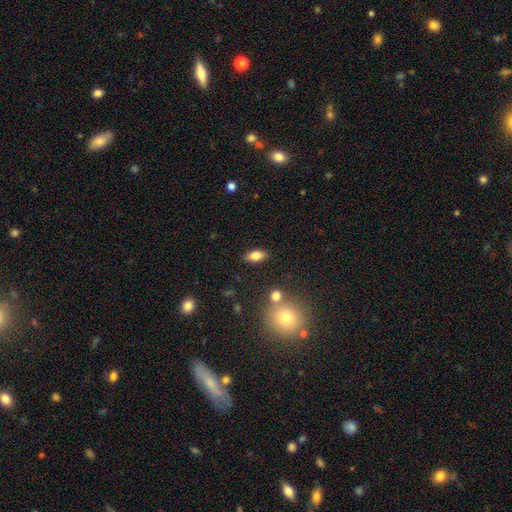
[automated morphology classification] This appears to be a smooth galaxy with no disk features (78%) that is in between round and cigar-shaped (87%). Merging: none (84%).